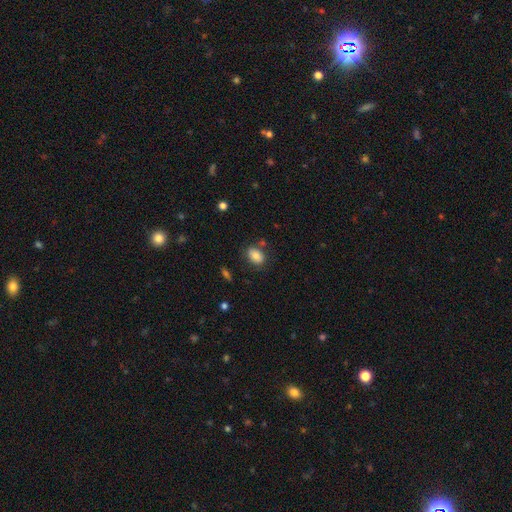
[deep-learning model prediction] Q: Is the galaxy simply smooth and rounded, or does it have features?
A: smooth — 82%.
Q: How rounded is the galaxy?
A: in between — 80%.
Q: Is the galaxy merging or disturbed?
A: none — 74%.